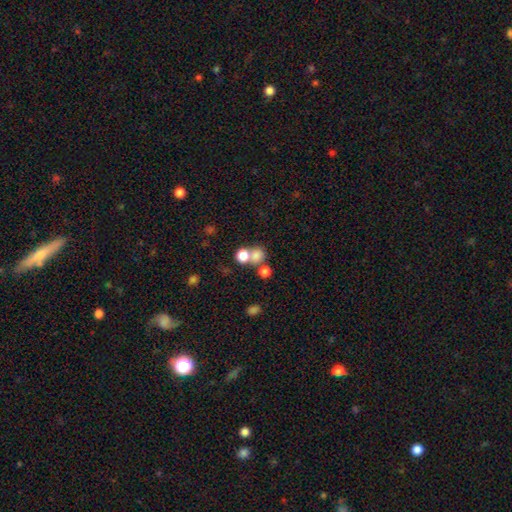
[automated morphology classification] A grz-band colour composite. It shows a smooth galaxy with no disk features (76%) that is round (75%). Merging: merger (46%).